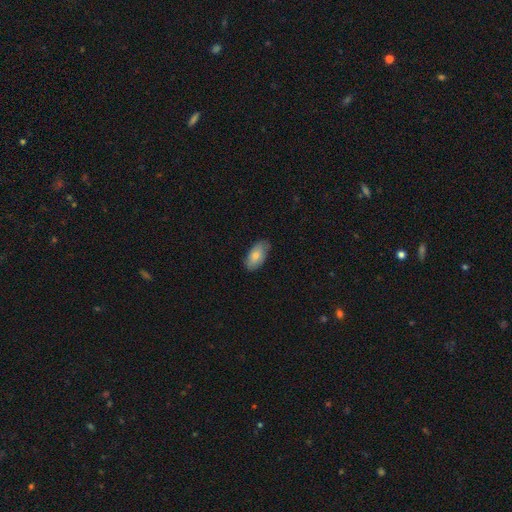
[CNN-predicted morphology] smooth_or_featured: smooth (p=0.75) [alt: featured or disk p=0.18]
how_rounded: in between (p=0.93) [alt: cigar-shaped p=0.04]
merging: none (p=0.77) [alt: minor disturbance p=0.19]